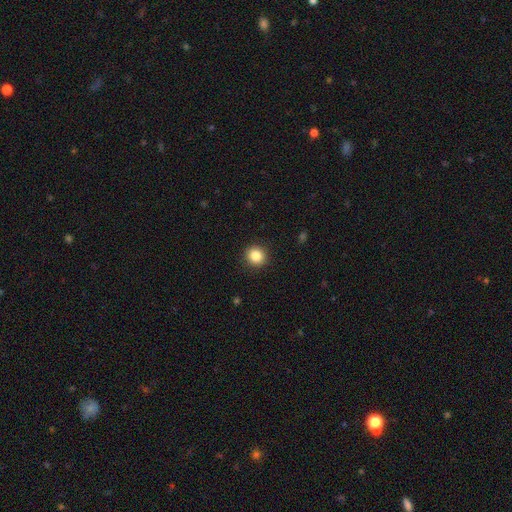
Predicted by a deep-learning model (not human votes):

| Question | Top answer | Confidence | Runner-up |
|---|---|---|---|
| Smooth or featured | smooth | 86% | star or artifact (10%) |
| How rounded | round | 90% | in between (9%) |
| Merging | none | 92% | minor disturbance (6%) |